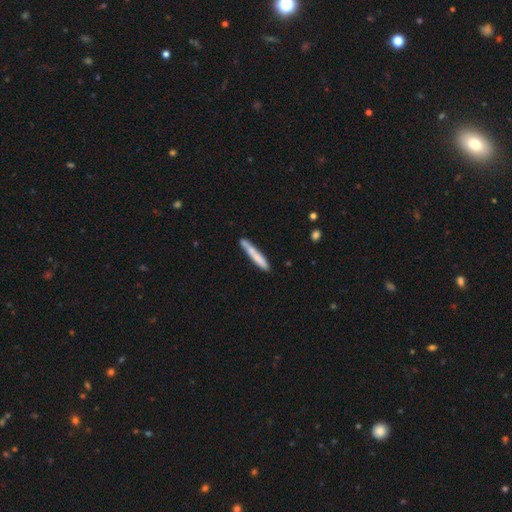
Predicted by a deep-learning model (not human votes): Overall: smooth (68%). How rounded: cigar-shaped (95%). Merging: none (74%).